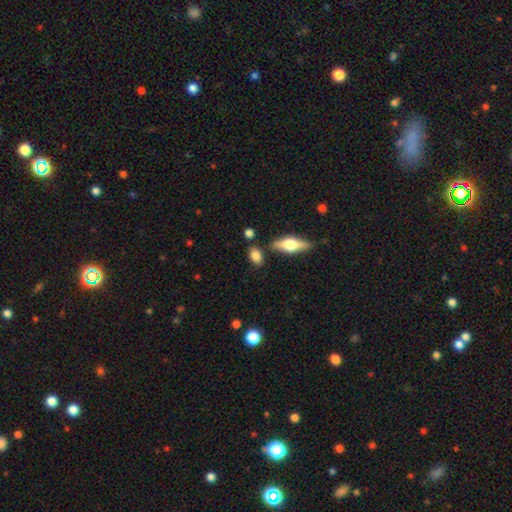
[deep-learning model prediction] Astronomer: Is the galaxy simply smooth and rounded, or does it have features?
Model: smooth — 80%.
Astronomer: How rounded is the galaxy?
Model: in between — 78%.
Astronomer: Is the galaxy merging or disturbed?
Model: none — 72%.